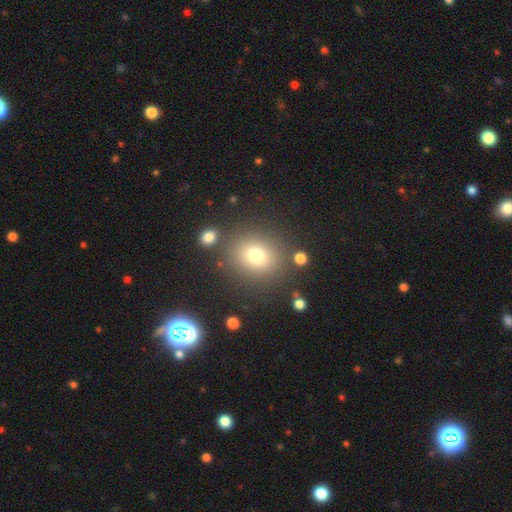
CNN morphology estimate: Overall: smooth (73%). How rounded: round (78%). Merging: none (82%).